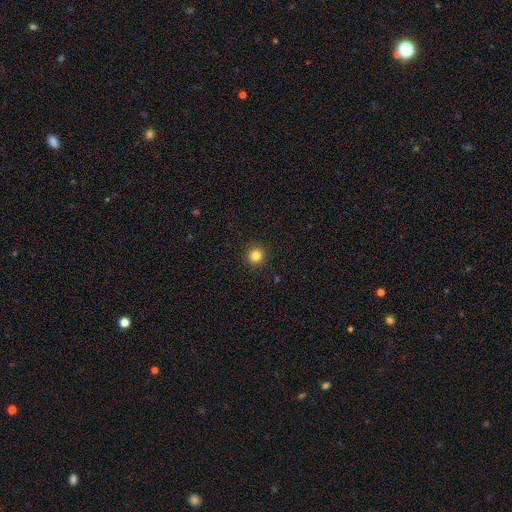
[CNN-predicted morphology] Smooth or featured? smooth (83%)
How rounded? round (95%)
Merging? none (93%)